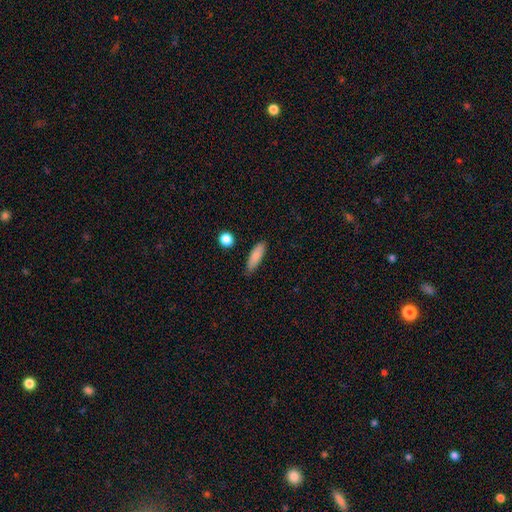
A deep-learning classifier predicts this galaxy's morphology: type=smooth (86%); roundness=cigar-shaped (52%); merging=none (83%).